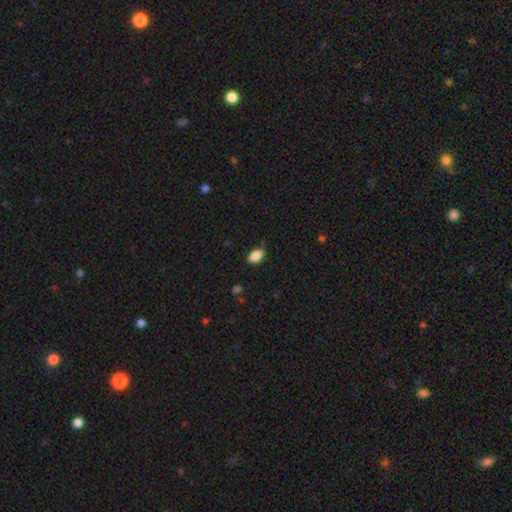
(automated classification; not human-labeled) A smooth galaxy with no disk features (87%) that is in between round and cigar-shaped (90%). Merging: none (71%).